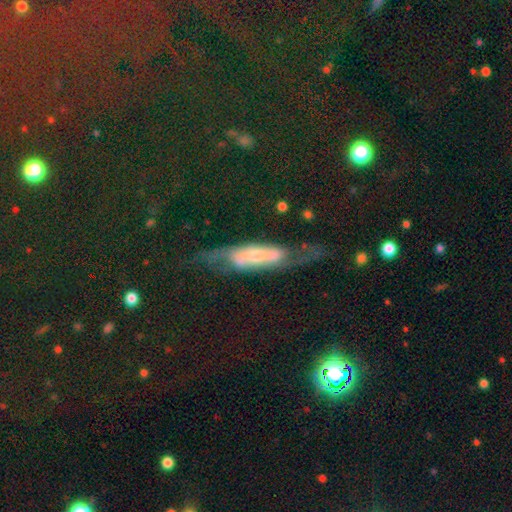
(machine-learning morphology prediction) smooth-or-featured: featured or disk: 64% | smooth: 25% | star or artifact: 11%
  disk-edge-on: no: 64% | yes: 36%
  merging: none: 48% | major disturbance: 25% | minor disturbance: 22% | merger: 5%